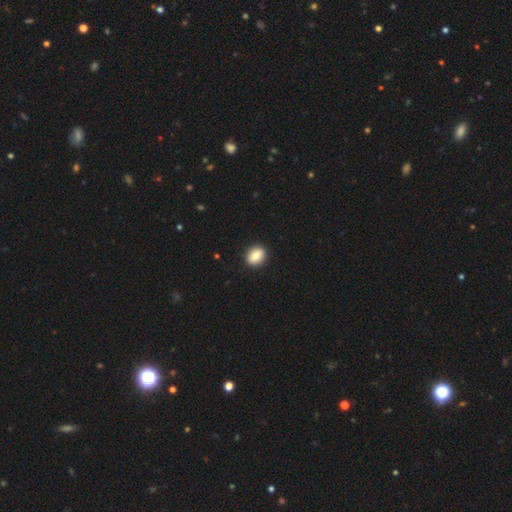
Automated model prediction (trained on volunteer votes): Smooth or featured?
  - smooth: 86% *
  - star or artifact: 8%
  - featured or disk: 6%
How rounded?
  - round: 53% *
  - in between: 46%
  - cigar-shaped: 1%
Merging?
  - none: 91% *
  - minor disturbance: 6%
  - major disturbance: 2%
  - merger: 1%